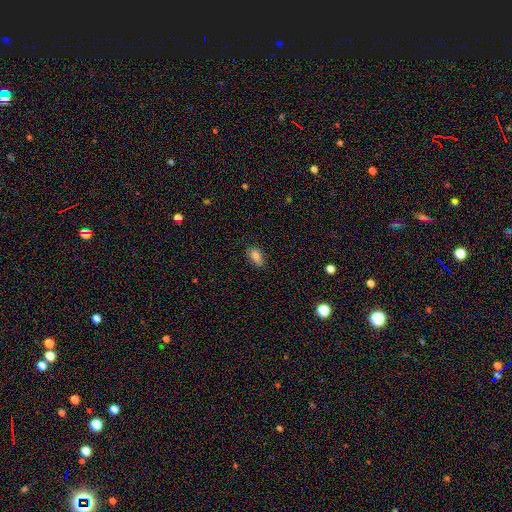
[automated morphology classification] A smooth galaxy with no disk features (82%) that is in between round and cigar-shaped (89%). Merging: none (78%).